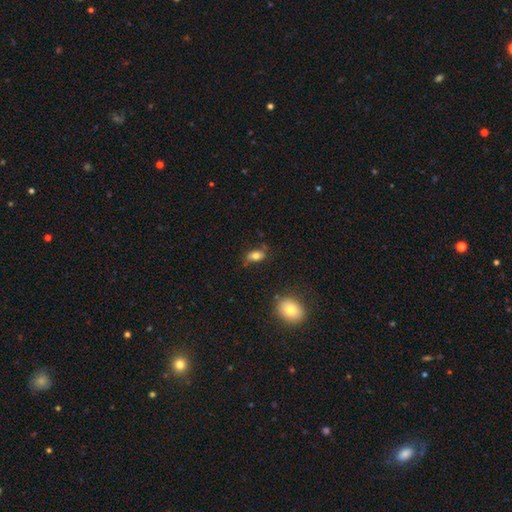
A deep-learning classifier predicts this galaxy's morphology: Overall: smooth (76%). How rounded: in between (84%). Merging: none (71%).